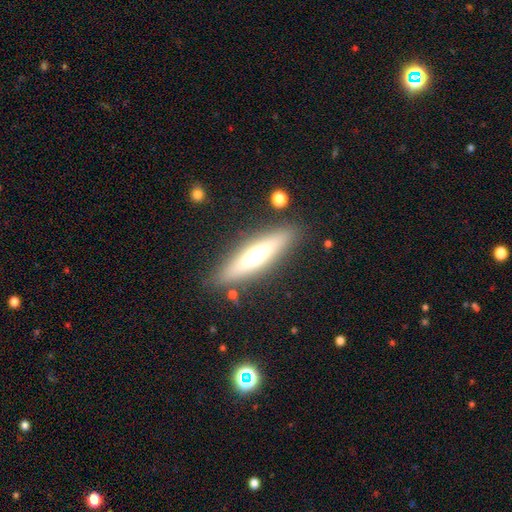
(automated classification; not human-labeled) A smooth galaxy with no disk features (48%). Merging: none (85%).